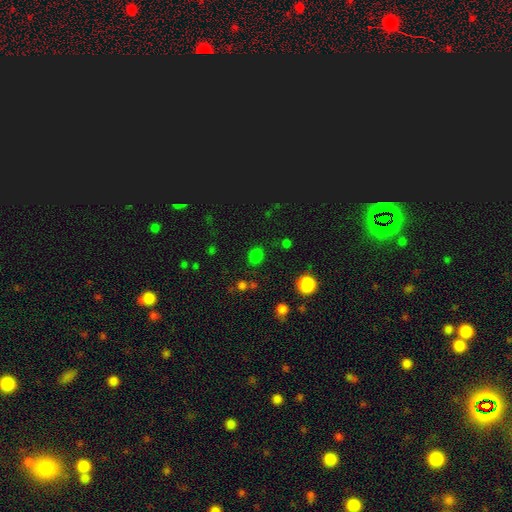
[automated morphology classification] Smooth or featured?
  - smooth: 75% *
  - star or artifact: 21%
  - featured or disk: 4%
How rounded?
  - round: 68% *
  - in between: 31%
  - cigar-shaped: 1%
Merging?
  - none: 83% *
  - minor disturbance: 10%
  - major disturbance: 4%
  - merger: 3%